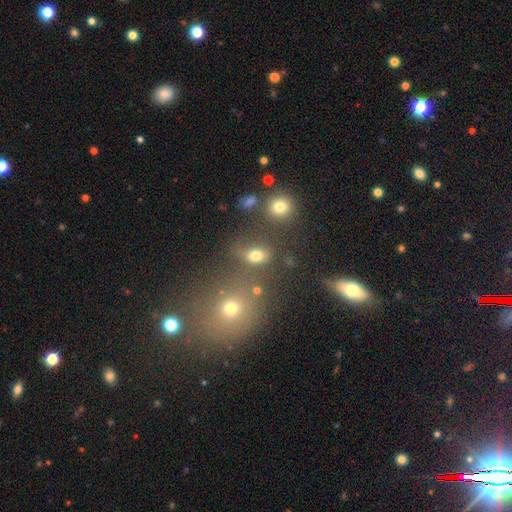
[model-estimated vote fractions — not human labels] Smooth or featured: smooth — 74% (star or artifact — 17%)
How rounded: in between — 66% (round — 31%)
Merging: none — 61% (merger — 15%)